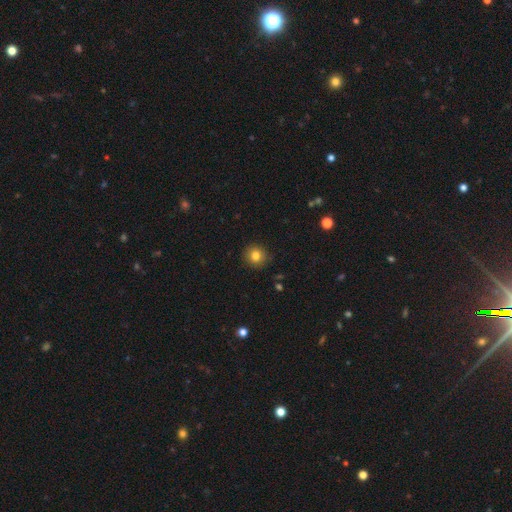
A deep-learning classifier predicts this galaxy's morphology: Overall: smooth (82%). How rounded: round (90%). Merging: none (90%).